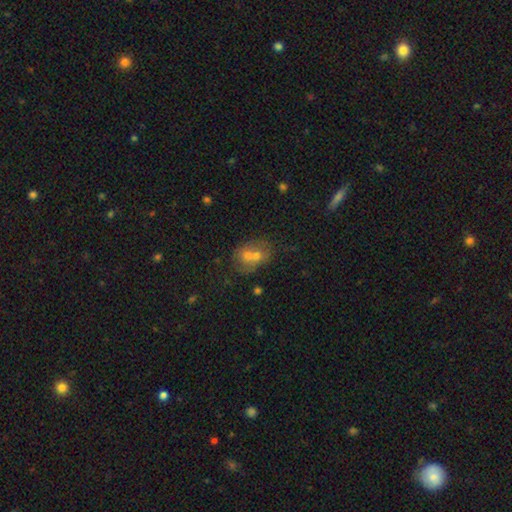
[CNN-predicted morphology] Smooth or featured? Predicted: smooth (p=0.56). How rounded? Predicted: in between (p=0.50). Merging? Predicted: merger (p=0.57).